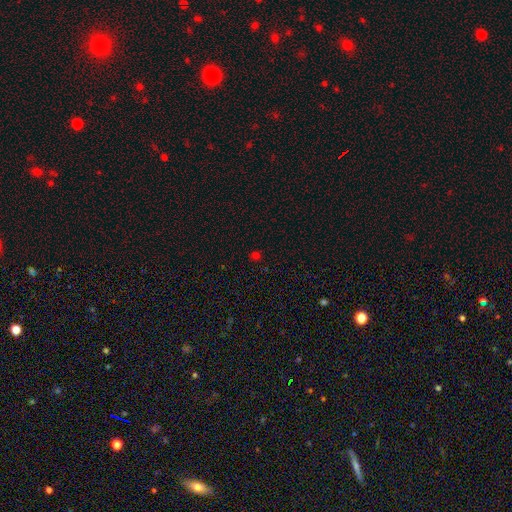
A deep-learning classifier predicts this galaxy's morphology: Smooth or featured? Predicted: smooth (p=0.54). How rounded? Predicted: round (p=0.80). Merging? Predicted: none (p=0.84).